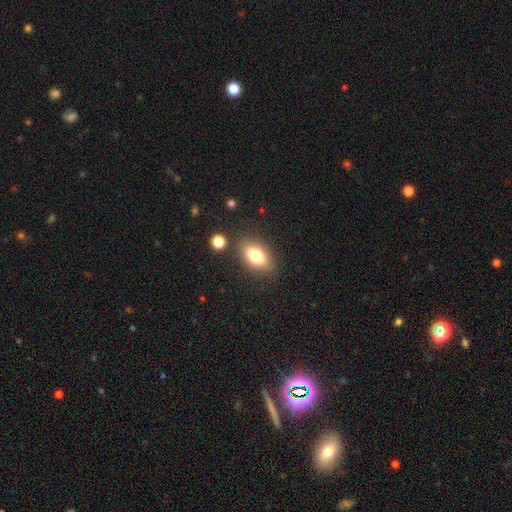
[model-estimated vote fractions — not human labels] Q: Smooth or featured?
A: smooth (77%); runner-up: featured or disk (14%)
Q: How rounded?
A: in between (86%); runner-up: round (9%)
Q: Merging?
A: none (81%); runner-up: minor disturbance (12%)